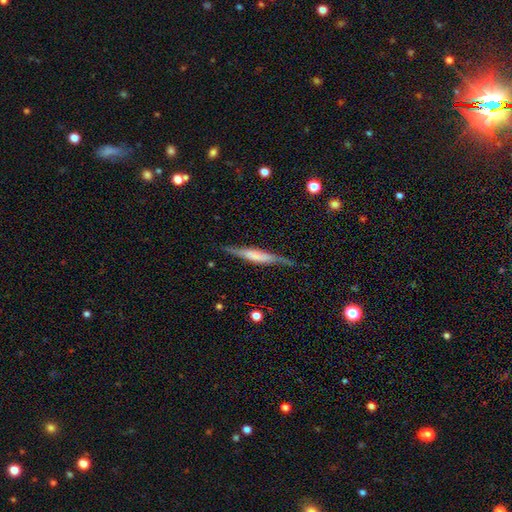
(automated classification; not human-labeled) Smooth or featured?
  - featured or disk: 62% *
  - smooth: 32%
  - star or artifact: 6%
Edge-on disk?
  - yes: 94% *
  - no: 6%
Edge-on bulge?
  - boxy: 53% *
  - rounded: 24%
  - none: 22%
Merging?
  - none: 79% *
  - minor disturbance: 15%
  - major disturbance: 4%
  - merger: 2%